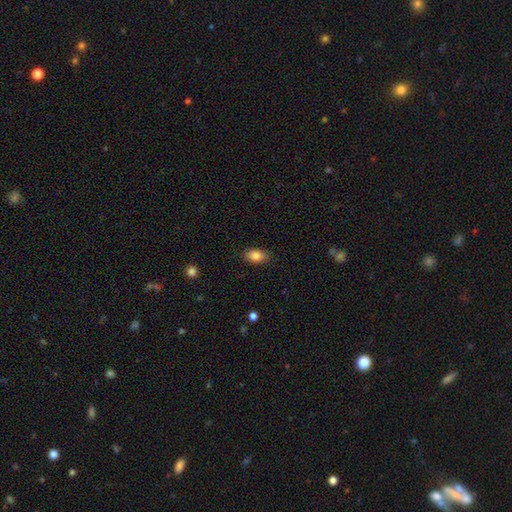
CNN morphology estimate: smooth-or-featured: smooth: 86% | star or artifact: 8% | featured or disk: 6%
  how-rounded: in between: 90% | round: 8% | cigar-shaped: 3%
  merging: none: 87% | minor disturbance: 10% | major disturbance: 2% | merger: 1%